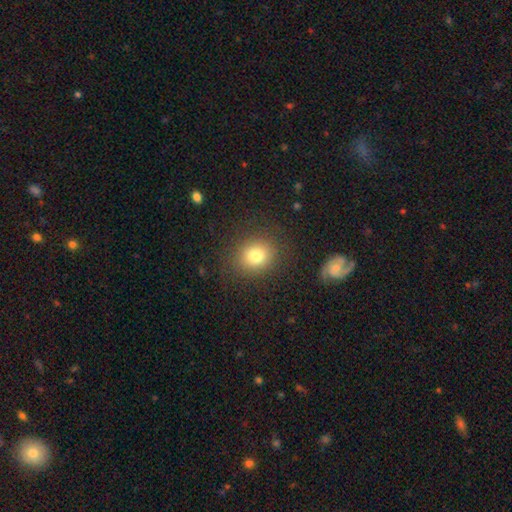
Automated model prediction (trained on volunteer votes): This is likely a smooth galaxy (78%). How rounded: likely round (71%). Merging: clearly none (86%).